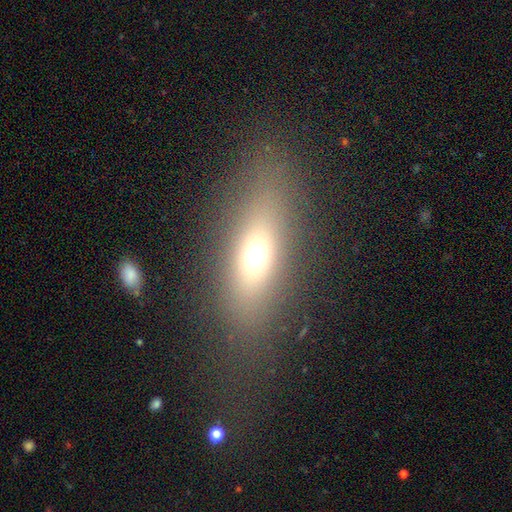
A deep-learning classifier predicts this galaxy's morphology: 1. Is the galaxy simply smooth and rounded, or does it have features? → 63% smooth, 24% featured or disk, 13% star or artifact.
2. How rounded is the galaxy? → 59% in between, 34% cigar-shaped, 7% round.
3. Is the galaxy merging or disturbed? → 79% none, 12% minor disturbance, 8% major disturbance, 2% merger.